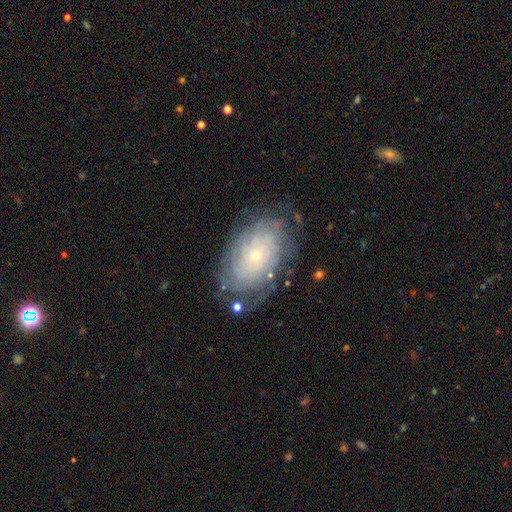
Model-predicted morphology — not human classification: Q: Smooth or featured?
A: featured or disk (68%); runner-up: smooth (24%)
Q: Edge-on disk?
A: no (95%); runner-up: yes (5%)
Q: Bar?
A: no (87%); runner-up: weak (11%)
Q: Spiral arms?
A: yes (79%); runner-up: no (21%)
Q: Spiral winding?
A: tight (77%); runner-up: medium (16%)
Q: Spiral arm count?
A: can't tell (60%); runner-up: more than 4 (11%)
Q: Bulge size?
A: small (81%); runner-up: moderate (16%)
Q: Merging?
A: none (72%); runner-up: minor disturbance (18%)